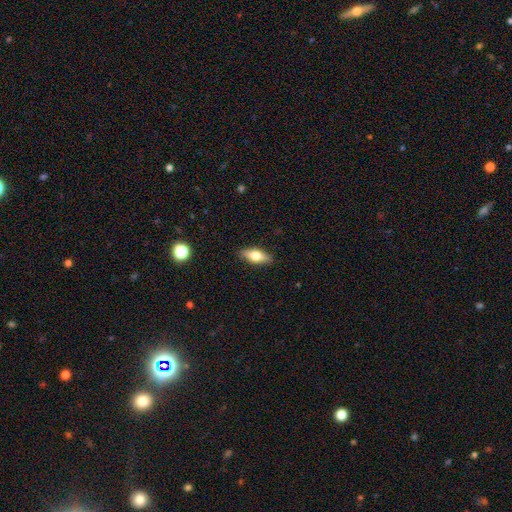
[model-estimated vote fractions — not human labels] This appears to be a smooth galaxy with no disk features (65%) that is in between round and cigar-shaped (74%). Merging: none (87%).